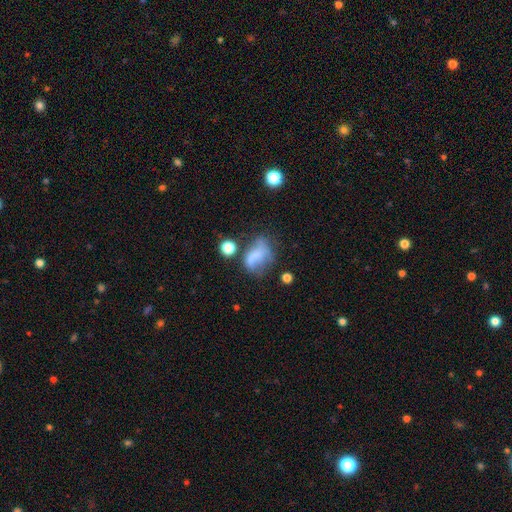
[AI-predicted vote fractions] This appears to be a smooth galaxy with no disk features (55%) that is in between round and cigar-shaped (73%). Merging: major disturbance (34%).